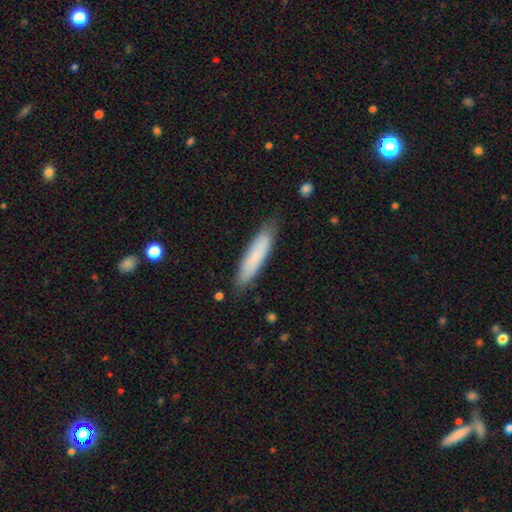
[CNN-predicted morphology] Q: Smooth or featured?
A: smooth (81%); runner-up: featured or disk (13%)
Q: How rounded?
A: cigar-shaped (81%); runner-up: in between (17%)
Q: Merging?
A: none (84%); runner-up: minor disturbance (12%)